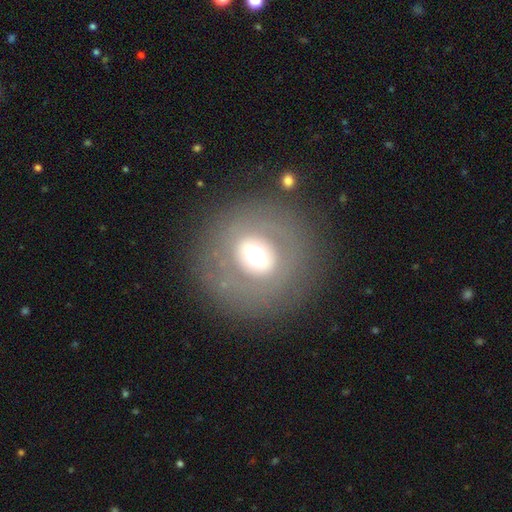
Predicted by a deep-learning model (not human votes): smooth 52%, featured or disk 31%, star or artifact 17%. Down the decision tree: how rounded — round (81%); merging — none (82%).